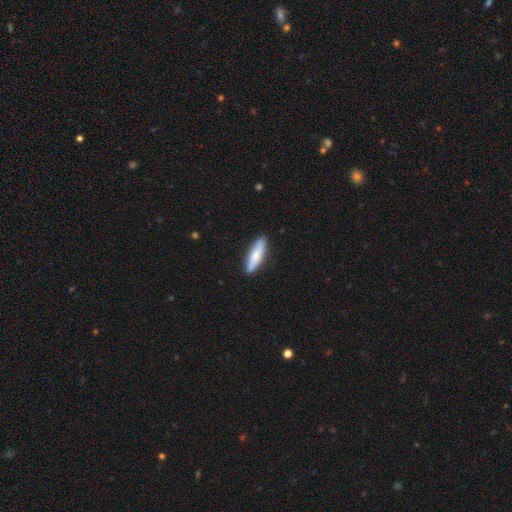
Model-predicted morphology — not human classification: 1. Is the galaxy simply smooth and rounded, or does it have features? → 76% smooth, 19% featured or disk, 5% star or artifact.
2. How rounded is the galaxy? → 72% cigar-shaped, 26% in between, 2% round.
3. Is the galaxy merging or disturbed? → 88% none, 9% minor disturbance, 2% major disturbance, 1% merger.